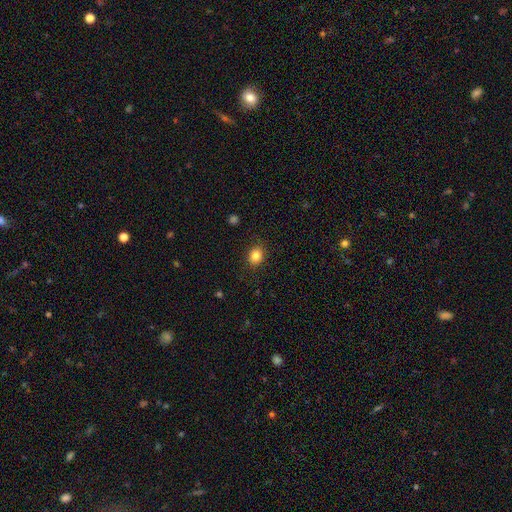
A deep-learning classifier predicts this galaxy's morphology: smooth-or-featured: smooth: 84% | star or artifact: 11% | featured or disk: 5%
  how-rounded: round: 59% | in between: 40% | cigar-shaped: 1%
  merging: none: 87% | minor disturbance: 9% | major disturbance: 3% | merger: 1%